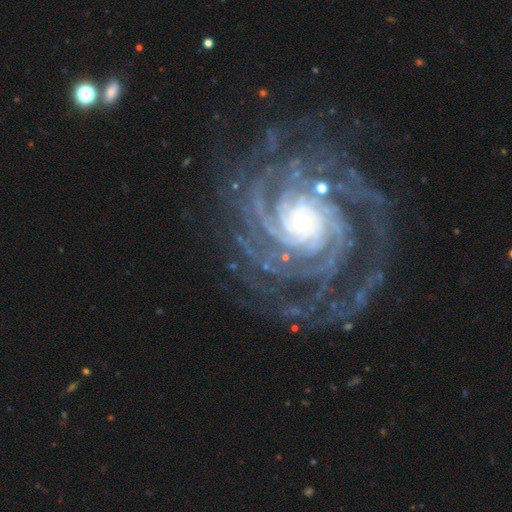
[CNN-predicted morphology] A featured or disk galaxy (91%) with no bar (71%), more than 4 (22%) tight (79%) spiral arms (98%) and a small central bulge (62%). Merging: none (77%).